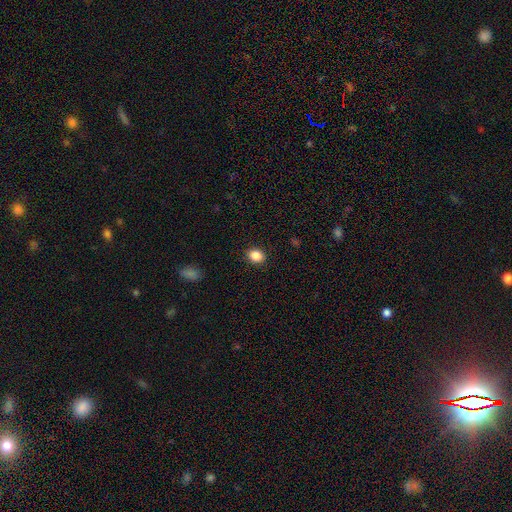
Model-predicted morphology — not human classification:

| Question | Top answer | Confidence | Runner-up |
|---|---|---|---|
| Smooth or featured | smooth | 86% | star or artifact (10%) |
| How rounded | round | 50% | in between (49%) |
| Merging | none | 90% | minor disturbance (7%) |